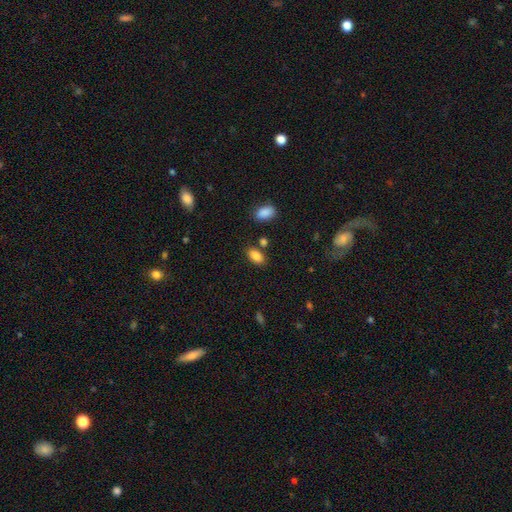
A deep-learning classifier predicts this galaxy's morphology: Q: Smooth or featured?
A: smooth (87%); runner-up: star or artifact (8%)
Q: How rounded?
A: in between (92%); runner-up: round (6%)
Q: Merging?
A: none (77%); runner-up: minor disturbance (12%)